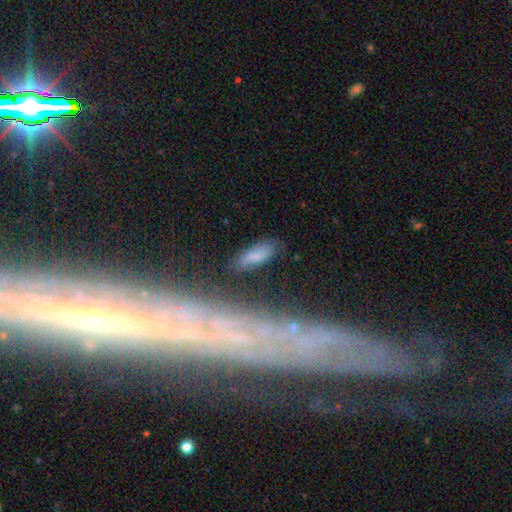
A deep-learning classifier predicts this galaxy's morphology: The model was most divided on "how rounded": in between: 67%, cigar-shaped: 30%, round: 3%. More confident: smooth or featured — smooth (71%); merging — none (67%).